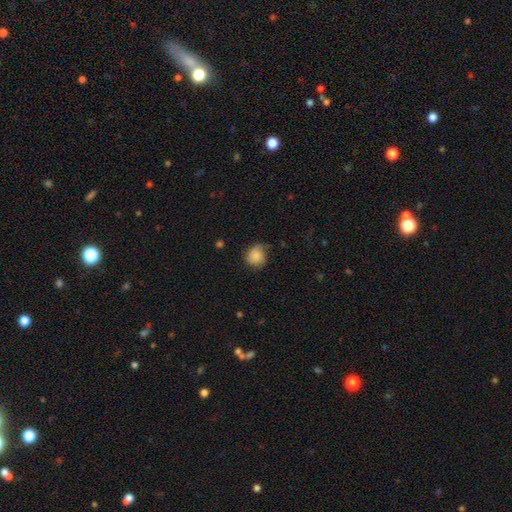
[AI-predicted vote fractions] A smooth galaxy with no disk features (80%) that is round (77%). Merging: none (51%).